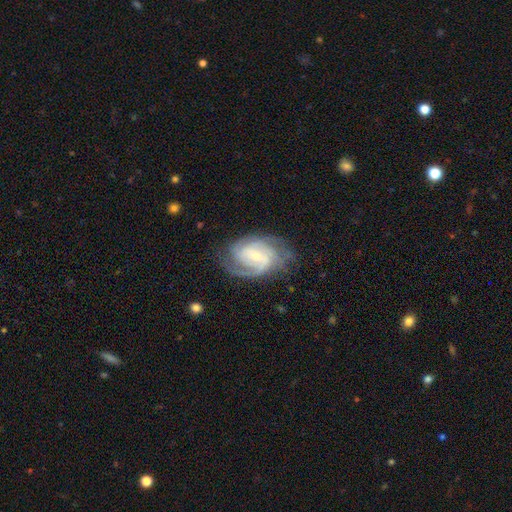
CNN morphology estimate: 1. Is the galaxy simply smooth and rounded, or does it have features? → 88% featured or disk, 7% smooth, 5% star or artifact.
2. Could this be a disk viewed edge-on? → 97% no, 3% yes.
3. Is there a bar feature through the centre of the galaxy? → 48% weak, 35% no, 17% strong.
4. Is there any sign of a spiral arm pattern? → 97% yes, 3% no.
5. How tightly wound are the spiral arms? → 52% tight, 39% medium, 9% loose.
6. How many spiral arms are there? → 41% 2, 24% 3, 19% can't tell, 6% 4, 5% 1, 4% more than 4.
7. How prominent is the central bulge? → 62% small, 32% moderate, 3% none, 2% large, 1% dominant.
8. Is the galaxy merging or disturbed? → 71% none, 19% minor disturbance, 9% major disturbance, 1% merger.